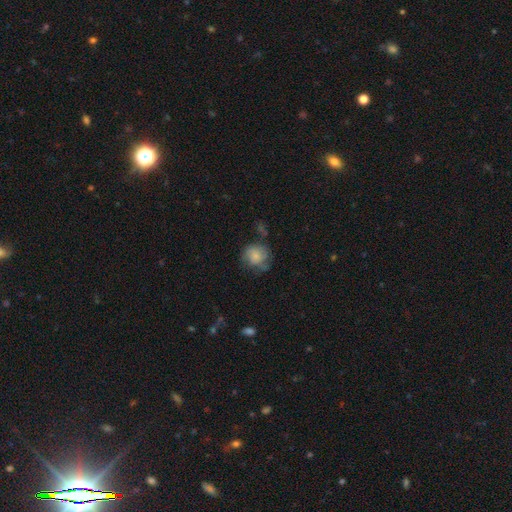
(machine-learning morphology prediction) A smooth galaxy with no disk features (70%) that is round (78%).

Vote fractions:
- Smooth or featured? smooth: 70% / featured or disk: 22% / star or artifact: 8%
- How rounded? round: 78% / in between: 21% / cigar-shaped: 1%
- Merging? none: 51% / minor disturbance: 29% / major disturbance: 15% / merger: 5%